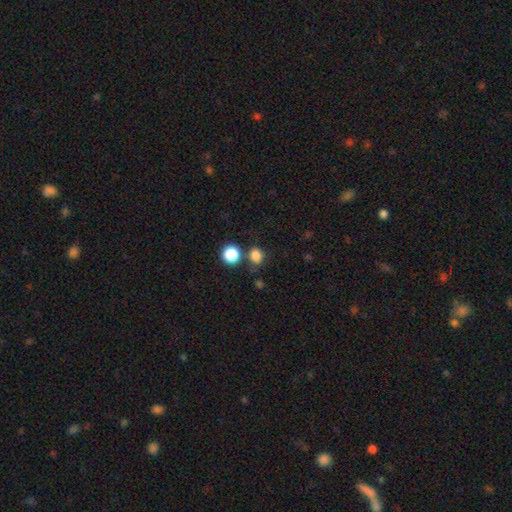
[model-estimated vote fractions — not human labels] Overall: smooth (81%). How rounded: round (67%; in between 32%). Merging: none (65%).